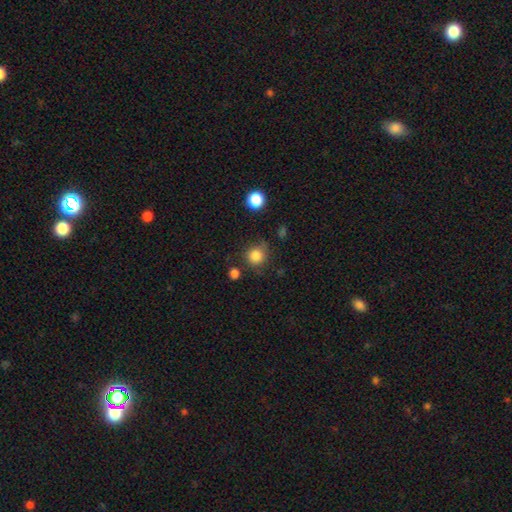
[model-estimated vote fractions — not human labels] Smooth or featured? smooth (84%)
How rounded? round (92%)
Merging? none (76%)